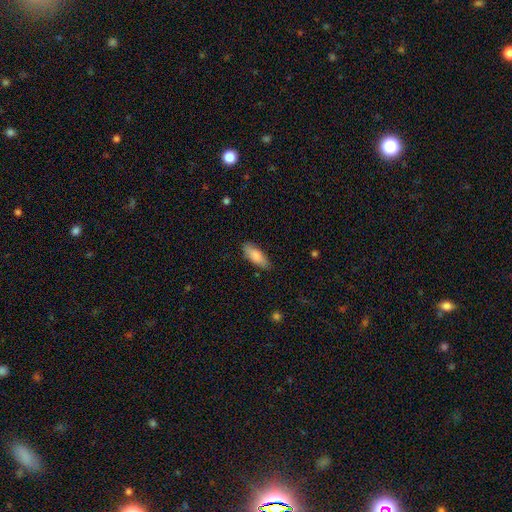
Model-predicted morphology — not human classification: smooth-or-featured: smooth: 85% | featured or disk: 9% | star or artifact: 6%
  how-rounded: in between: 73% | cigar-shaped: 26% | round: 2%
  merging: none: 81% | minor disturbance: 15% | major disturbance: 3% | merger: 1%